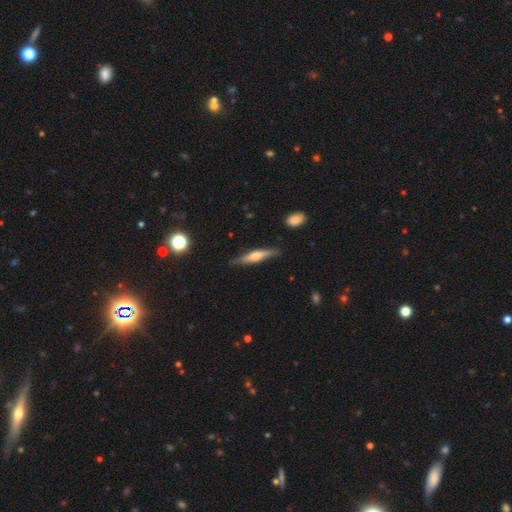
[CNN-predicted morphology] Smooth or featured? Predicted: featured or disk (p=0.52). Edge-on disk? Predicted: yes (p=0.94). Merging? Predicted: none (p=0.82).